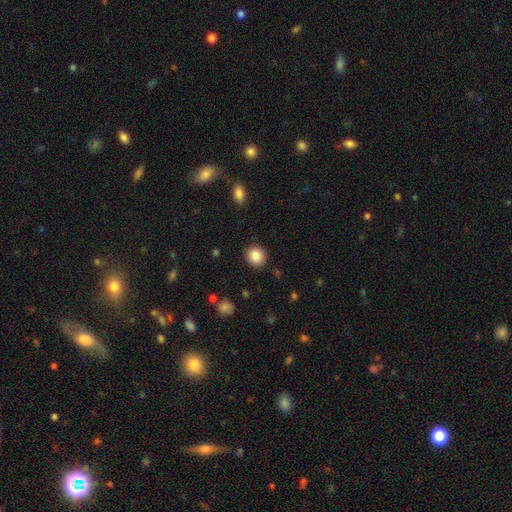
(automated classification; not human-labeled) smooth-or-featured: smooth: 88% | star or artifact: 9% | featured or disk: 3%
  how-rounded: round: 83% | in between: 16% | cigar-shaped: 1%
  merging: none: 89% | minor disturbance: 7% | major disturbance: 3% | merger: 1%